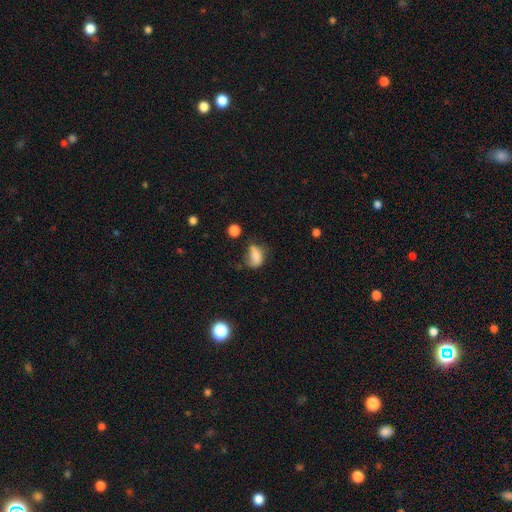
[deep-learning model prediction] Smooth or featured? smooth (77%)
How rounded? in between (78%)
Merging? minor disturbance (37%)